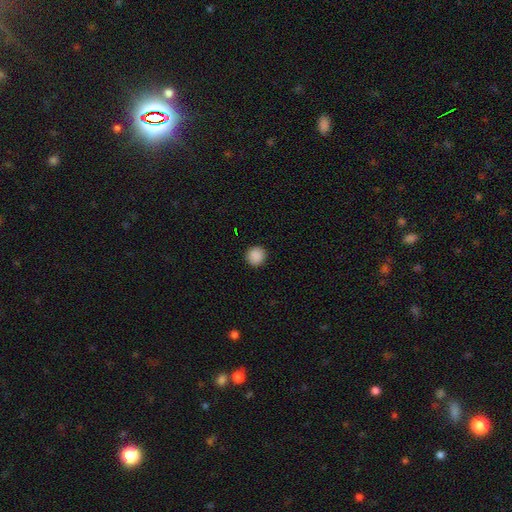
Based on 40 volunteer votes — Volunteers were most divided on "smooth or featured": smooth: 85%, star or artifact: 10%, featured or disk: 5%. More confident: how rounded — round (100%); merging — none (94%).